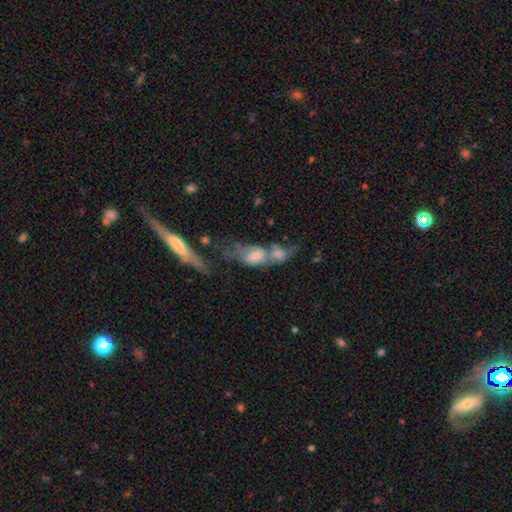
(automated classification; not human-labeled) Morphology: type=featured or disk (50%); edge-on=no (67%); merging=merger (63%).